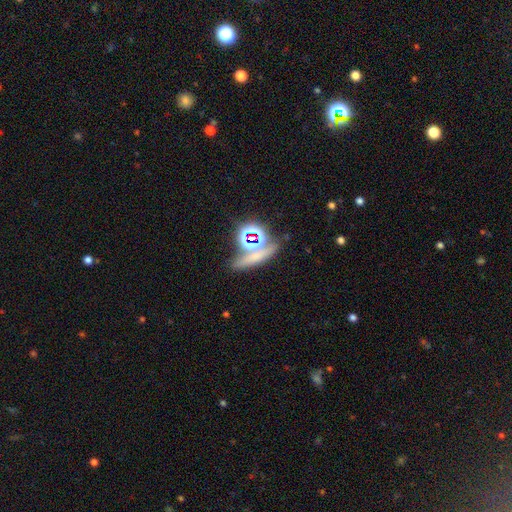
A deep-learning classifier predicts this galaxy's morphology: smooth_or_featured: smooth (p=0.48) [alt: star or artifact p=0.33]
merging: none (p=0.64) [alt: merger p=0.18]